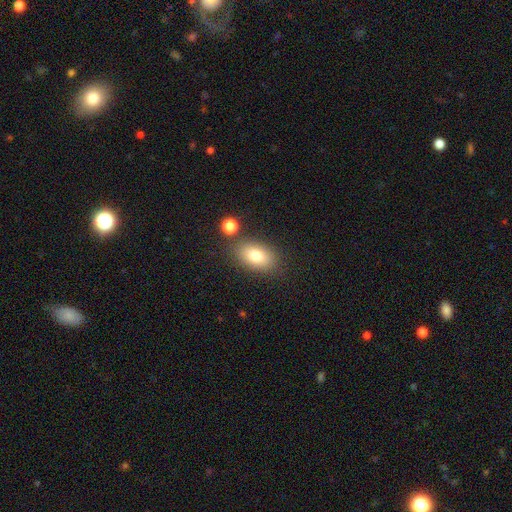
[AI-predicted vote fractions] The model was most divided on "smooth or featured": smooth: 79%, featured or disk: 12%, star or artifact: 9%. More confident: how rounded — in between (87%); merging — none (79%).